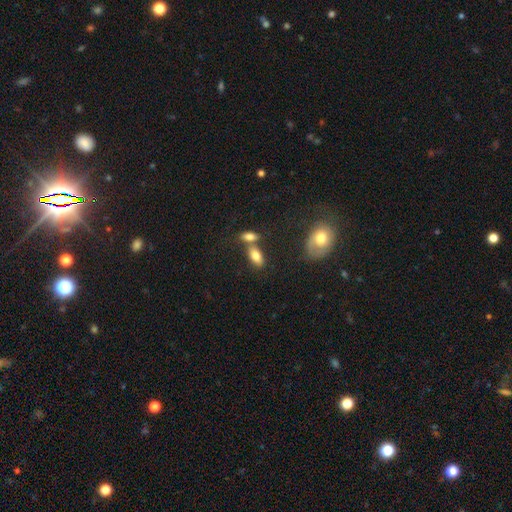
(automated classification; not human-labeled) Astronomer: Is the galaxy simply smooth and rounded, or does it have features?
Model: smooth — 78%.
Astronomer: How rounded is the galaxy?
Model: in between — 88%.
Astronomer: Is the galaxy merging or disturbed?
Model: none — 52% (runner-up: merger, 32%).